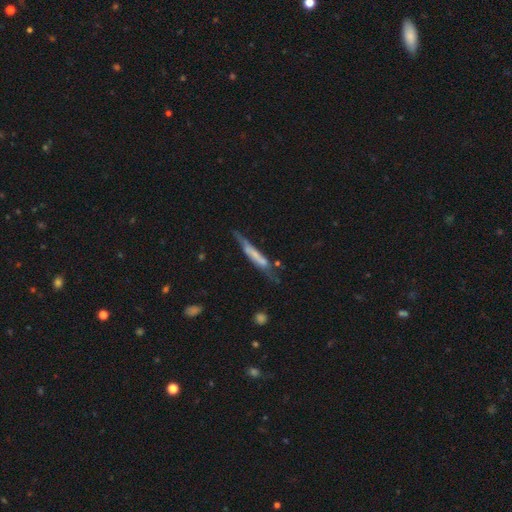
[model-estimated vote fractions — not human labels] Smooth or featured? featured or disk (54%)
Edge-on disk? yes (76%)
Merging? none (49%)